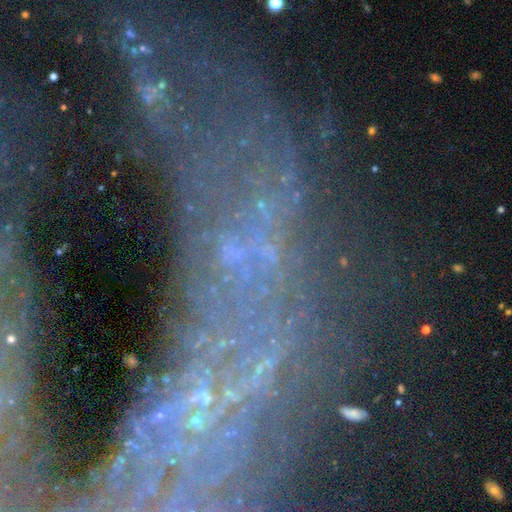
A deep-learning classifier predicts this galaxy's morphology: This is possibly a star or artifact rather than a galaxy (45%).